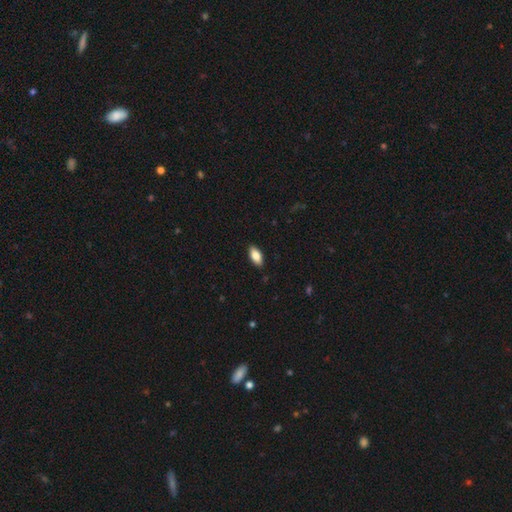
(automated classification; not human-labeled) smooth_or_featured: smooth (p=0.83) [alt: featured or disk p=0.10]
how_rounded: in between (p=0.90) [alt: cigar-shaped p=0.08]
merging: none (p=0.89) [alt: minor disturbance p=0.08]